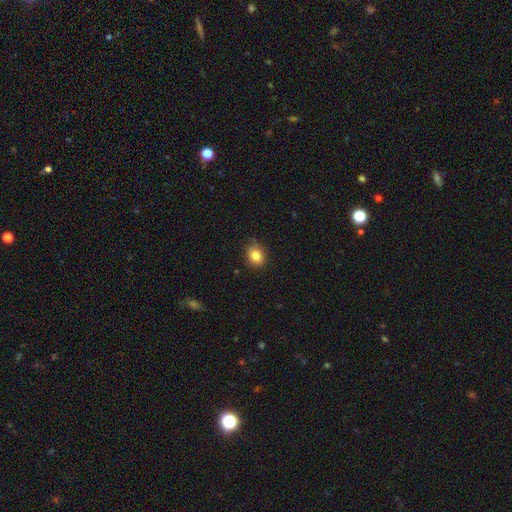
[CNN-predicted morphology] This appears to be a smooth galaxy with no disk features (83%) that is round (59%). Merging: none (76%).